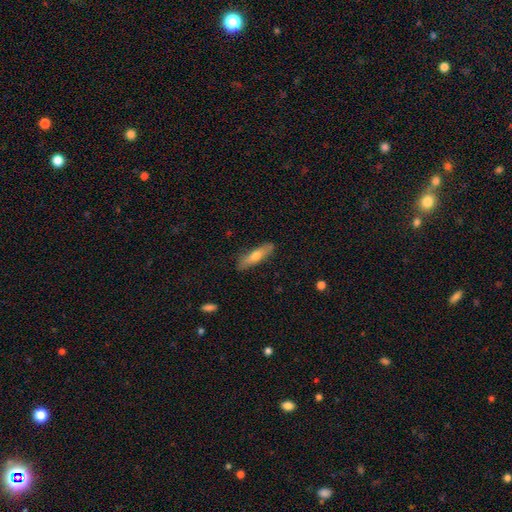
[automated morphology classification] type=smooth (58%); roundness=cigar-shaped (72%); merging=none (87%).